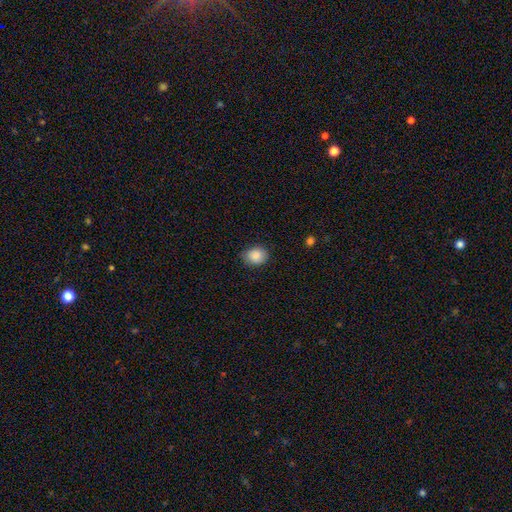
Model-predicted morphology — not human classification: type=smooth (87%); roundness=round (55%); merging=none (81%).